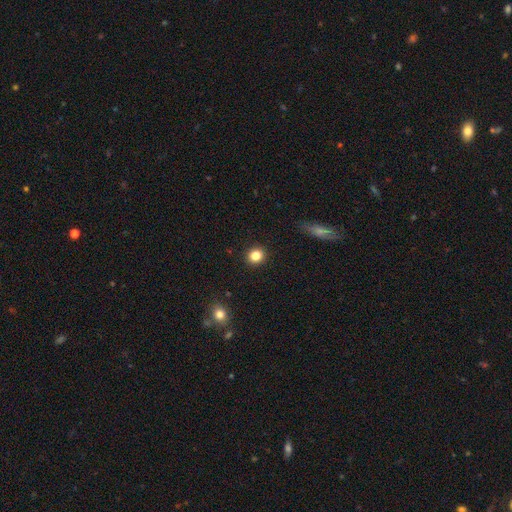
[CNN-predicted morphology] type=smooth (83%); roundness=round (87%); merging=none (92%).